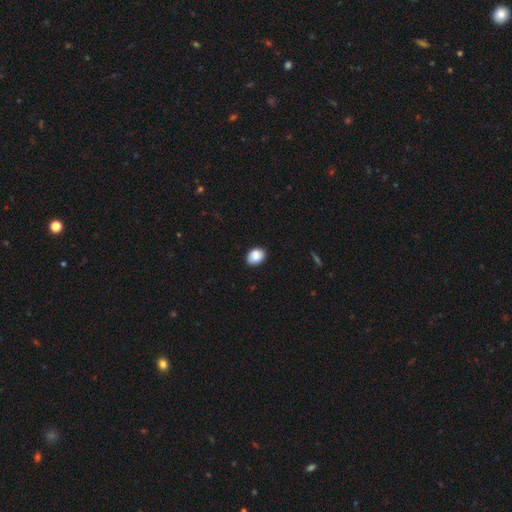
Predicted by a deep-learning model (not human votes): A smooth galaxy with no disk features (87%) that is in between round and cigar-shaped (64%). Merging: none (85%).